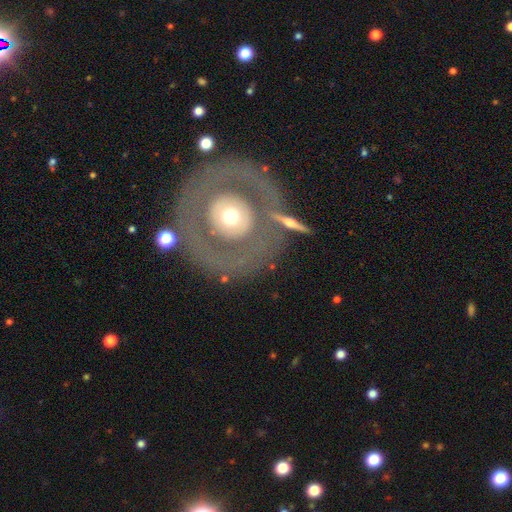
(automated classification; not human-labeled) A featured or disk galaxy (68%) with no bar (89%), no spiral arms (78%) and a moderate central bulge (58%).

Vote fractions:
- Smooth or featured? featured or disk: 68% / smooth: 26% / star or artifact: 6%
- Edge-on disk? no: 95% / yes: 5%
- Bar? no: 89% / weak: 7% / strong: 4%
- Spiral arms? no: 78% / yes: 22%
- Bulge size? moderate: 58% / small: 21% / large: 17% / dominant: 3% / none: 2%
- Merging? none: 76% / minor disturbance: 12% / major disturbance: 8% / merger: 4%